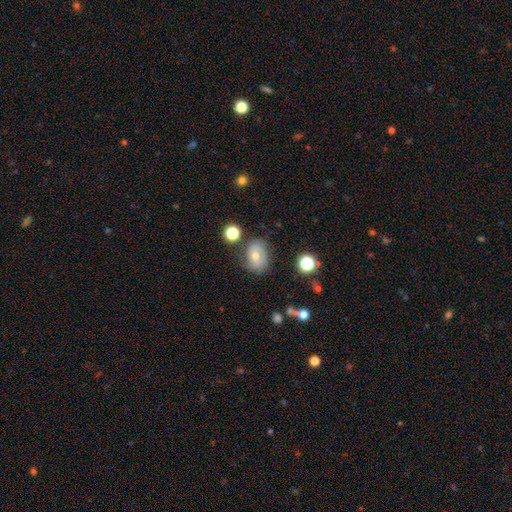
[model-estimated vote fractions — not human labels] A smooth galaxy with no disk features (57%) that is in between round and cigar-shaped (62%).

Vote fractions:
- Smooth or featured? smooth: 57% / featured or disk: 31% / star or artifact: 12%
- How rounded? in between: 62% / round: 37% / cigar-shaped: 1%
- Merging? none: 65% / minor disturbance: 23% / major disturbance: 8% / merger: 4%